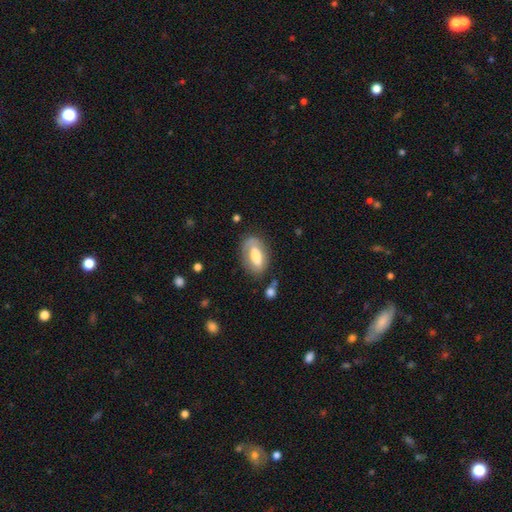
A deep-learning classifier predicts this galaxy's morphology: A smooth galaxy with no disk features (54%) that is in between round and cigar-shaped (90%). Merging: none (69%).